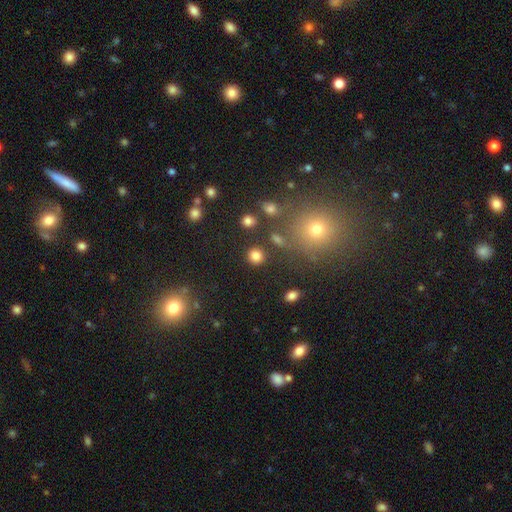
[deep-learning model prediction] The model was most divided on "smooth or featured": smooth: 82%, star or artifact: 13%, featured or disk: 5%. More confident: how rounded — round (88%); merging — none (86%).